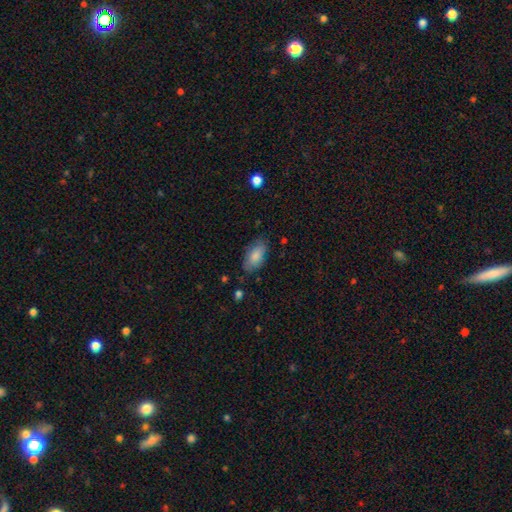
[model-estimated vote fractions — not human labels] Smooth or featured: smooth — 83% (featured or disk — 11%)
How rounded: in between — 92% (cigar-shaped — 5%)
Merging: none — 76% (minor disturbance — 18%)